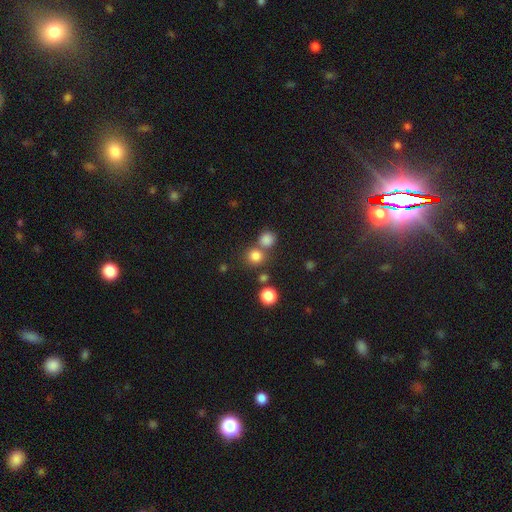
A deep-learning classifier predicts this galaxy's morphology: A smooth galaxy with no disk features (78%) that is round (90%). Merging: none (65%).